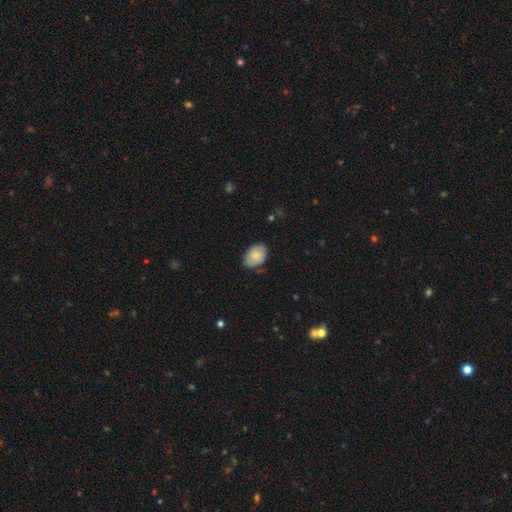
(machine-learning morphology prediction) This is likely a smooth galaxy (75%). How rounded: clearly in between (82%). Merging: likely none (68%).